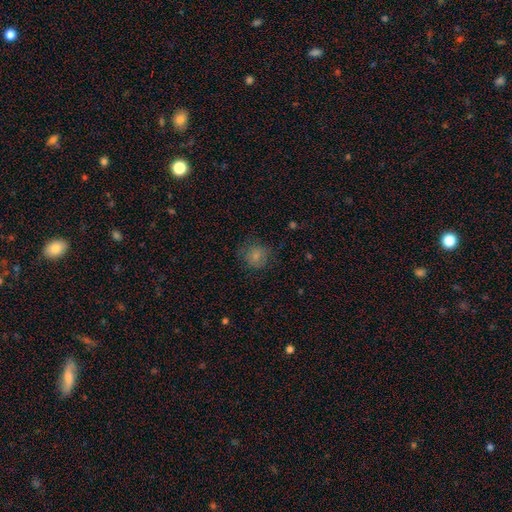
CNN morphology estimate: Q: Smooth or featured?
A: smooth (78%); runner-up: star or artifact (12%)
Q: How rounded?
A: round (84%); runner-up: in between (15%)
Q: Merging?
A: none (72%); runner-up: minor disturbance (19%)